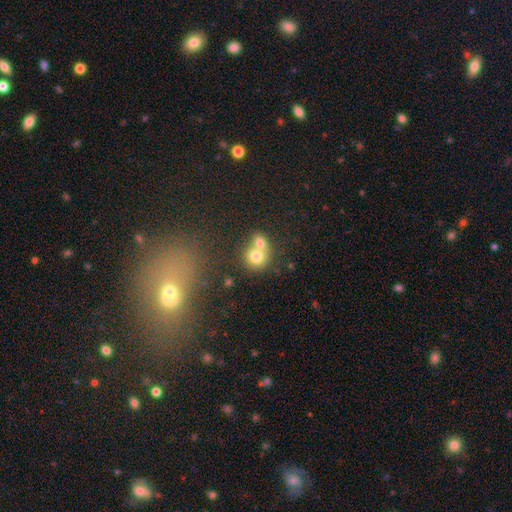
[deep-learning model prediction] This is likely a smooth galaxy (73%). How rounded: likely round (76%). Merging: likely merger (63%).